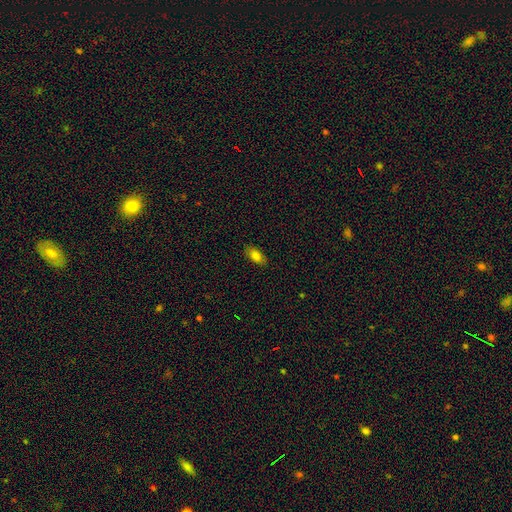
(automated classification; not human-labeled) Smooth or featured: smooth — 81% (featured or disk — 11%)
How rounded: in between — 89% (cigar-shaped — 6%)
Merging: none — 86% (minor disturbance — 11%)